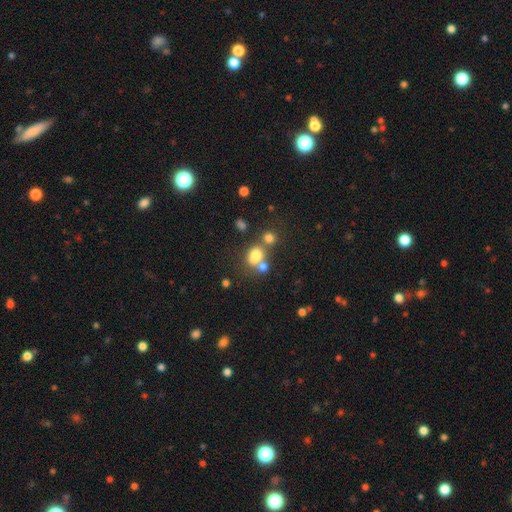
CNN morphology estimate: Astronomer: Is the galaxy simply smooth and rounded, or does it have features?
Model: smooth — 73%.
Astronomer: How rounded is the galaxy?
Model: in between — 54% (runner-up: round, 44%).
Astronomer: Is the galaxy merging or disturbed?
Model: none — 42% (runner-up: merger, 39%).